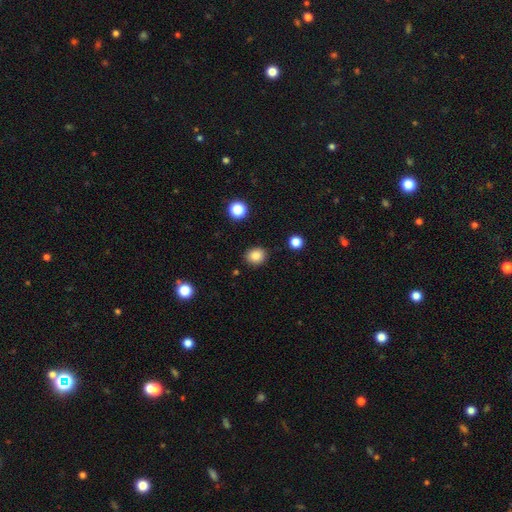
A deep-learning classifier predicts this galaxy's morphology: Smooth or featured?
  - smooth: 85% *
  - star or artifact: 11%
  - featured or disk: 5%
How rounded?
  - round: 69% *
  - in between: 30%
  - cigar-shaped: 1%
Merging?
  - none: 87% *
  - minor disturbance: 9%
  - major disturbance: 2%
  - merger: 2%